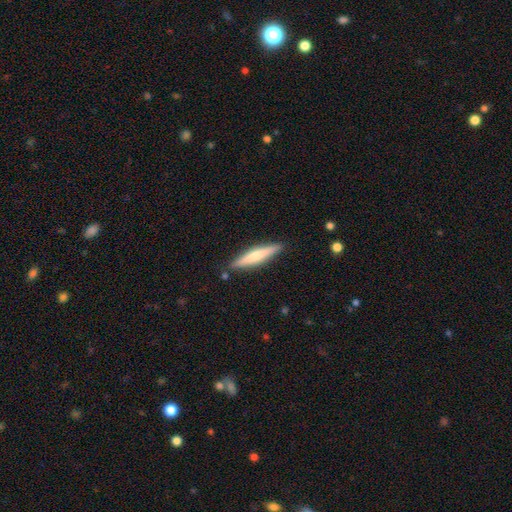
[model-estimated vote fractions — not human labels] smooth-or-featured: smooth: 54% | featured or disk: 41% | star or artifact: 5%
  how-rounded: cigar-shaped: 89% | in between: 10% | round: 1%
  merging: none: 88% | minor disturbance: 8% | merger: 2% | major disturbance: 2%